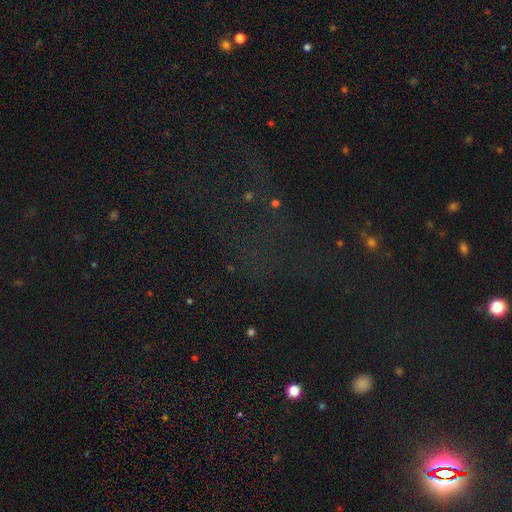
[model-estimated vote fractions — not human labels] Smooth or featured? Predicted: star or artifact (p=0.68).